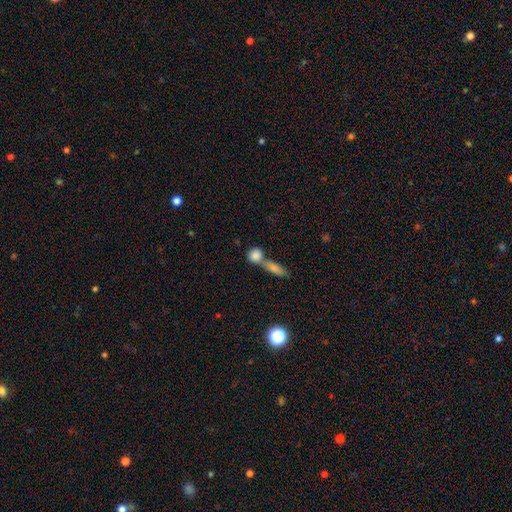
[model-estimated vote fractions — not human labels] Smooth or featured: smooth — 82% (featured or disk — 9%)
How rounded: round — 65% (in between — 27%)
Merging: merger — 48% (none — 41%)